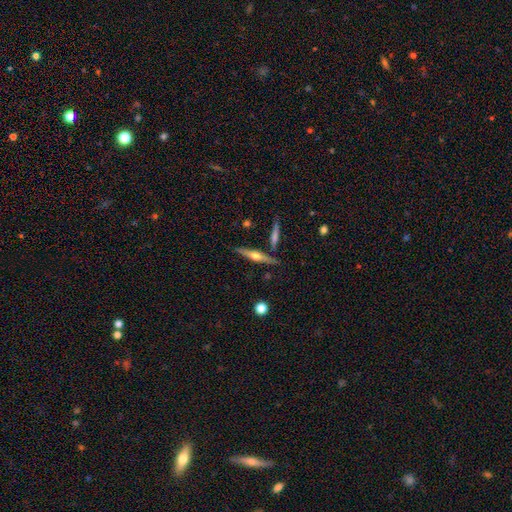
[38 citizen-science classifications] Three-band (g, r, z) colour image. It shows a featured or disk galaxy (71%) viewed edge-on (96%) with a rounded central bulge (88%). Merging: none (80%).